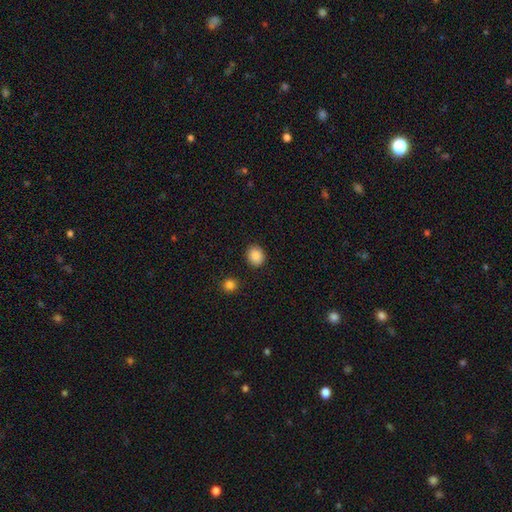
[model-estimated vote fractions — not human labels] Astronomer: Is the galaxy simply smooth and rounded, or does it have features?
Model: smooth — 88%.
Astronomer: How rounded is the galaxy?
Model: round — 71%.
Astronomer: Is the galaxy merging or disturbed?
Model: none — 89%.